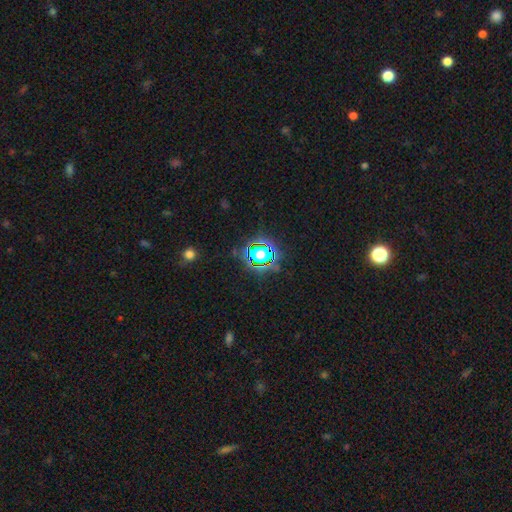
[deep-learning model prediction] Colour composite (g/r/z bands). It shows a star or artifact, not a galaxy (75%).